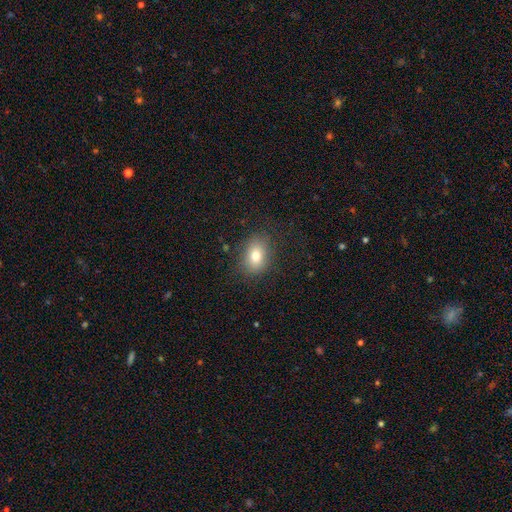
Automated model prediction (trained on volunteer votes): Overall: smooth (77%). How rounded: in between (72%). Merging: none (83%).